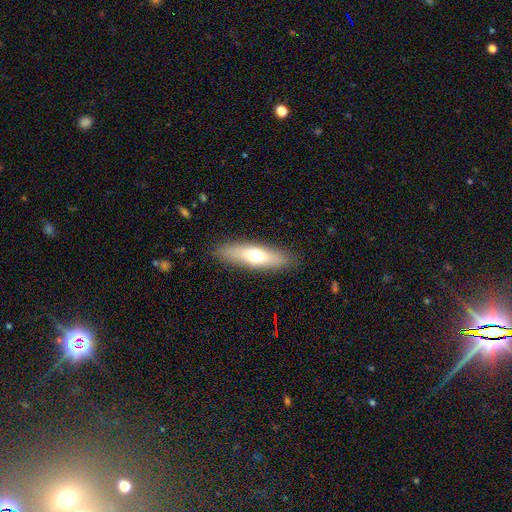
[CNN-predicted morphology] This appears to be a smooth galaxy with no disk features (60%) that is cigar-shaped (60%). Merging: none (88%).